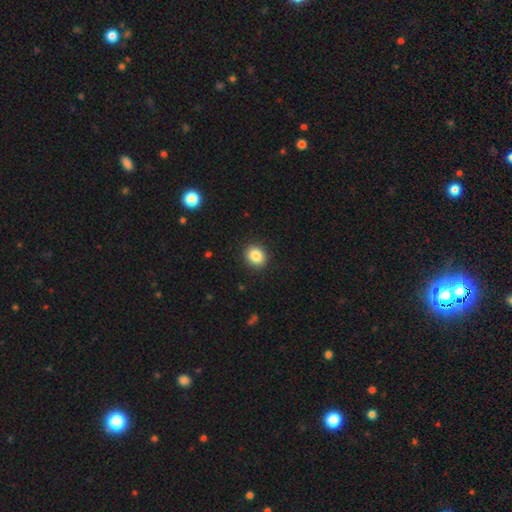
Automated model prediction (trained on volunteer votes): smooth 86%, star or artifact 9%, featured or disk 5%. Down the decision tree: how rounded — round (68%); merging — none (91%).